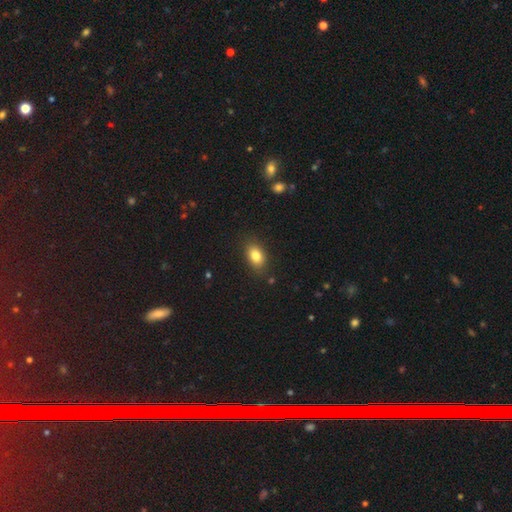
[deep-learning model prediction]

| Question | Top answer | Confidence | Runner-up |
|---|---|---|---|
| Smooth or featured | smooth | 82% | star or artifact (9%) |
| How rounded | in between | 83% | round (15%) |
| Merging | none | 85% | minor disturbance (11%) |